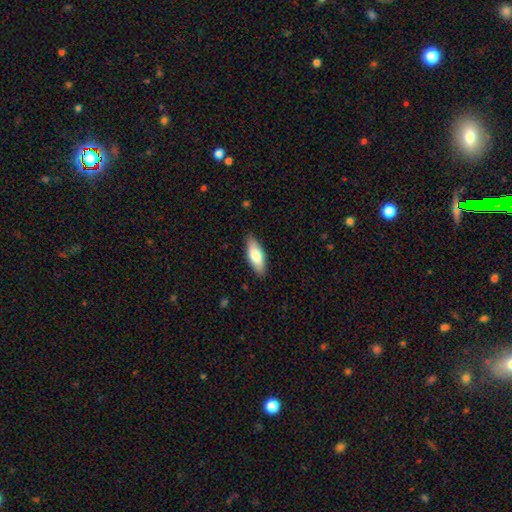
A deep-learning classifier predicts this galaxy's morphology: Smooth or featured?
  - smooth: 79% *
  - featured or disk: 15%
  - star or artifact: 5%
How rounded?
  - in between: 73% *
  - cigar-shaped: 25%
  - round: 2%
Merging?
  - none: 87% *
  - minor disturbance: 10%
  - major disturbance: 2%
  - merger: 1%